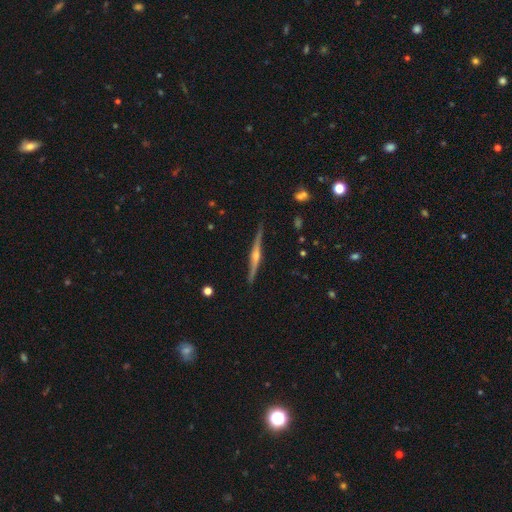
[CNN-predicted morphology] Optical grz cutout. It shows a featured or disk galaxy (85%) viewed edge-on (98%) with a rounded central bulge (89%). Merging: none (89%).